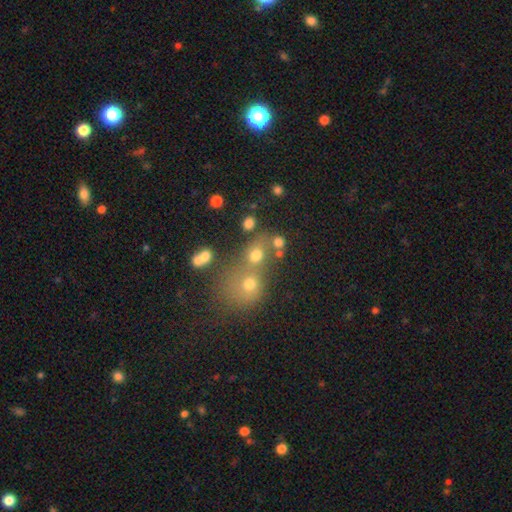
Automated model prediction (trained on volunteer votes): The model was most divided on "merging": merger: 51%, none: 36%, minor disturbance: 8%, major disturbance: 6%. More confident: how rounded — round (75%); smooth or featured — smooth (59%).